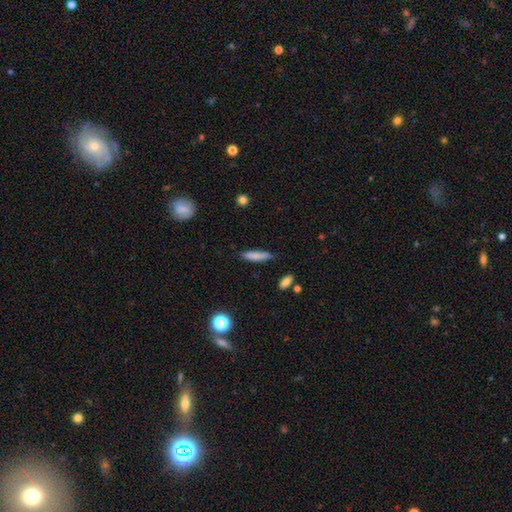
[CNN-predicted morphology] Q: Smooth or featured?
A: smooth (81%); runner-up: featured or disk (12%)
Q: How rounded?
A: cigar-shaped (81%); runner-up: in between (18%)
Q: Merging?
A: none (82%); runner-up: minor disturbance (13%)